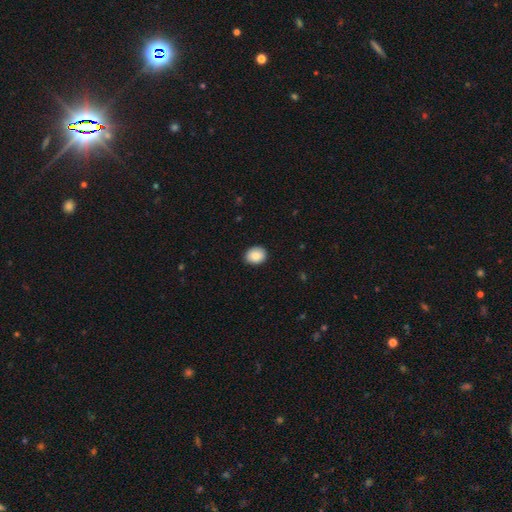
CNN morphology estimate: smooth-or-featured: smooth: 87% | star or artifact: 8% | featured or disk: 5%
  how-rounded: round: 57% | in between: 42% | cigar-shaped: 1%
  merging: none: 90% | minor disturbance: 7% | major disturbance: 2% | merger: 1%